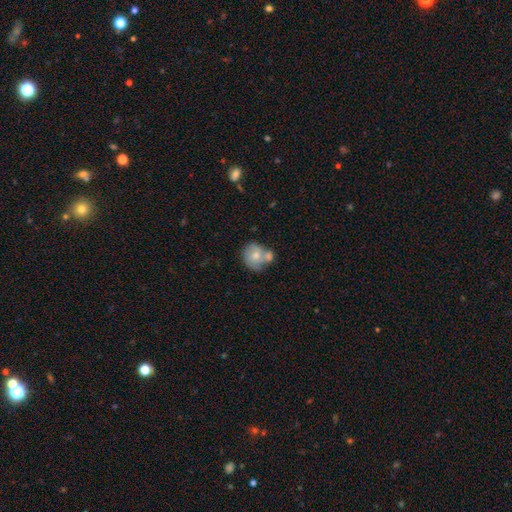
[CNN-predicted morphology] The model was most divided on "merging": merger: 48%, none: 32%, minor disturbance: 14%, major disturbance: 6%. More confident: how rounded — round (77%); smooth or featured — smooth (61%).